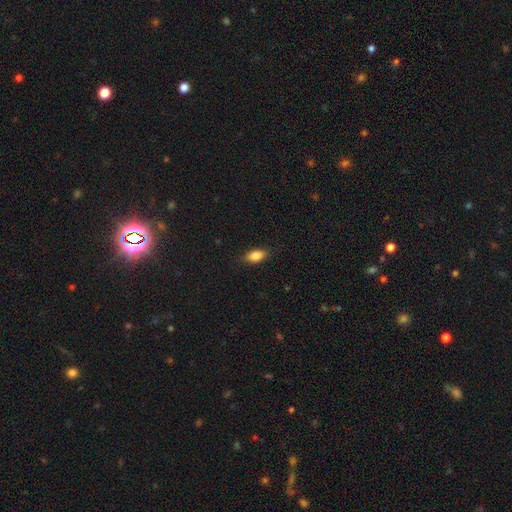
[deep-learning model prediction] Q: Smooth or featured?
A: smooth (84%); runner-up: featured or disk (9%)
Q: How rounded?
A: in between (87%); runner-up: cigar-shaped (7%)
Q: Merging?
A: none (85%); runner-up: minor disturbance (12%)